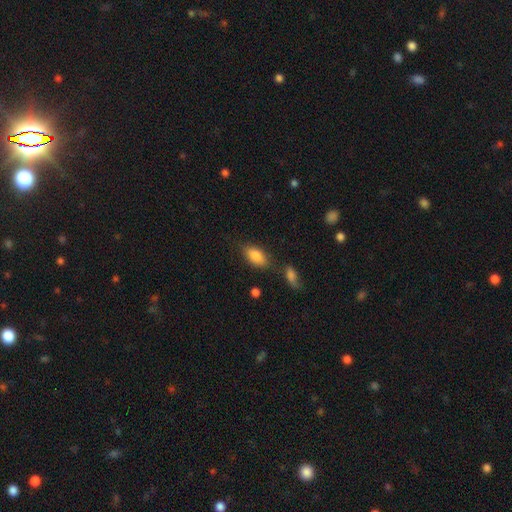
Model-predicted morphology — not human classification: Smooth or featured: smooth — 84% (featured or disk — 8%)
How rounded: in between — 89% (cigar-shaped — 7%)
Merging: none — 69% (minor disturbance — 16%)